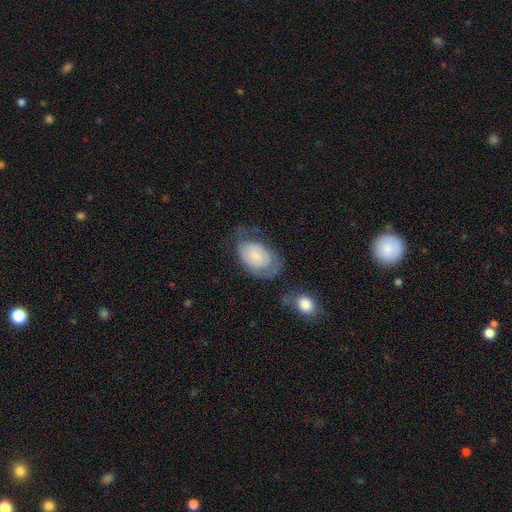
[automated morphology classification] Smooth or featured? Predicted: smooth (p=0.53). How rounded? Predicted: in between (p=0.88). Merging? Predicted: none (p=0.39).